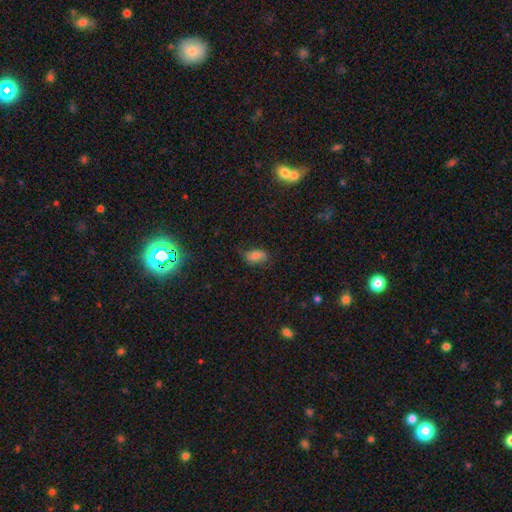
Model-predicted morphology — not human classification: A smooth galaxy with no disk features (70%) that is in between round and cigar-shaped (90%).

Vote fractions:
- Smooth or featured? smooth: 70% / featured or disk: 18% / star or artifact: 12%
- How rounded? in between: 90% / round: 7% / cigar-shaped: 3%
- Merging? none: 68% / minor disturbance: 24% / major disturbance: 7% / merger: 1%